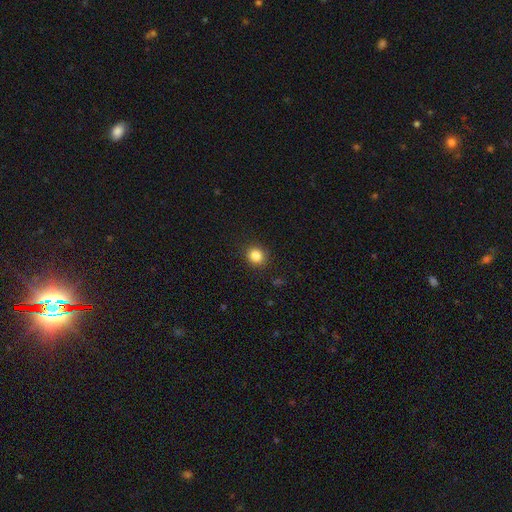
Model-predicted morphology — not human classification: The model was most divided on "how rounded": round: 83%, in between: 16%, cigar-shaped: 1%. More confident: merging — none (89%); smooth or featured — smooth (84%).